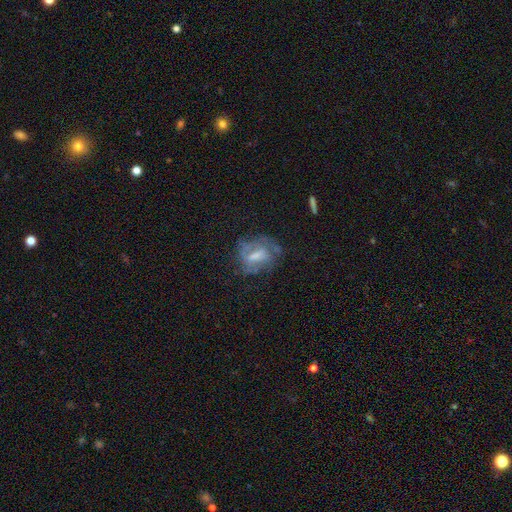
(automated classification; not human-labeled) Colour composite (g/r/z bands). It shows a featured or disk galaxy (59%) with a weak bar (46%), spiral arms (62%) and a moderate central bulge (40%). Merging: none (56%).